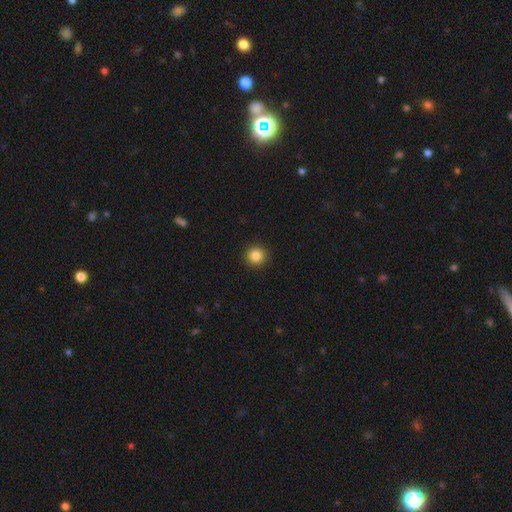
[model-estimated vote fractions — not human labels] Smooth or featured? Predicted: smooth (p=0.86). How rounded? Predicted: round (p=0.95). Merging? Predicted: none (p=0.92).